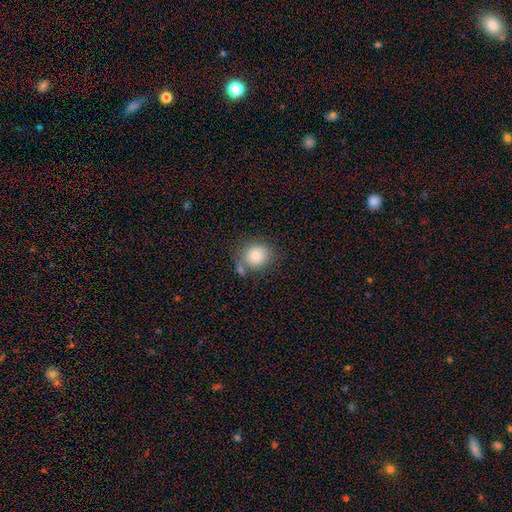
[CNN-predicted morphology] Q: Smooth or featured?
A: smooth (84%); runner-up: star or artifact (9%)
Q: How rounded?
A: round (79%); runner-up: in between (21%)
Q: Merging?
A: none (64%); runner-up: minor disturbance (16%)